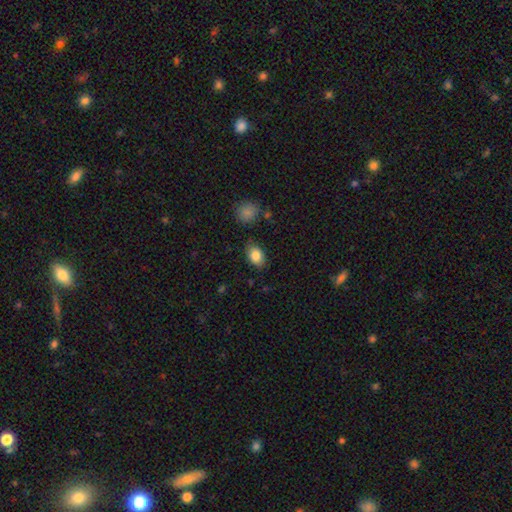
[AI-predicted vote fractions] Morphology: type=smooth (84%); roundness=in between (82%); merging=none (83%).